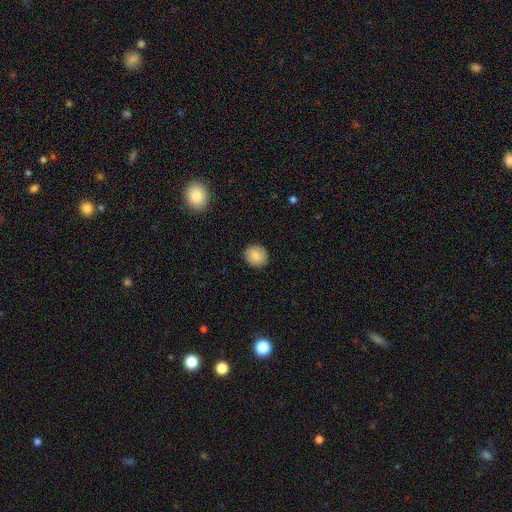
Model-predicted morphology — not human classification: A smooth galaxy with no disk features (83%) that is round (86%). Merging: none (91%).